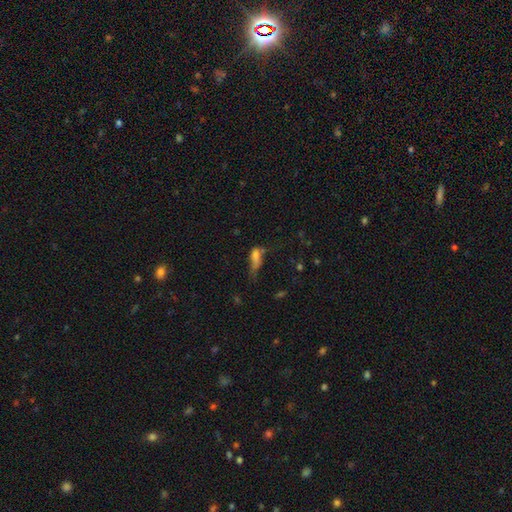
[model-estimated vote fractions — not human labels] Smooth or featured? Predicted: smooth (p=0.65). How rounded? Predicted: in between (p=0.69). Merging? Predicted: major disturbance (p=0.41).